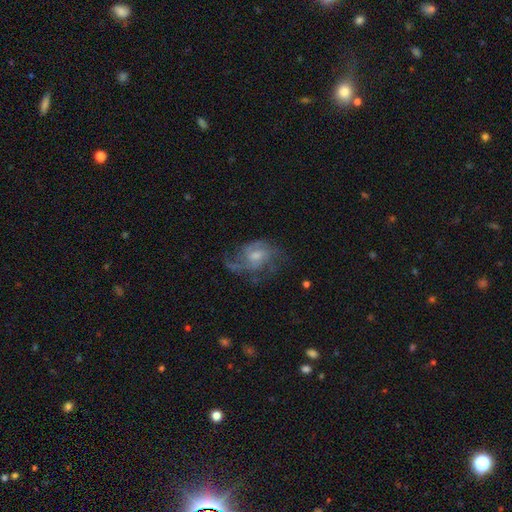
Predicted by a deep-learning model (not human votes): Overall: featured or disk (74%). Edge-on disk: no (97%). Bar: no (59%; weak 35%). Spiral arms: yes (87%). Spiral arm count: can't tell (31%; 2 26%). Spiral winding: medium (46%; tight 27%). Bulge size: moderate (48%; small 40%). Merging: none (56%; major disturbance 22%).